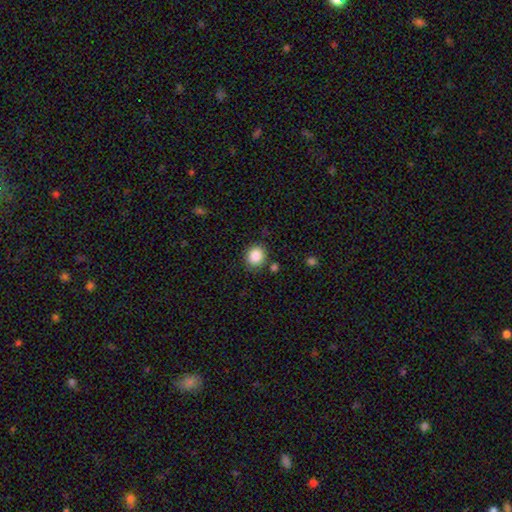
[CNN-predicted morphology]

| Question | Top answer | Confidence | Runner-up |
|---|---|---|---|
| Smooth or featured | smooth | 87% | star or artifact (9%) |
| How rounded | round | 80% | in between (19%) |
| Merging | none | 84% | minor disturbance (9%) |